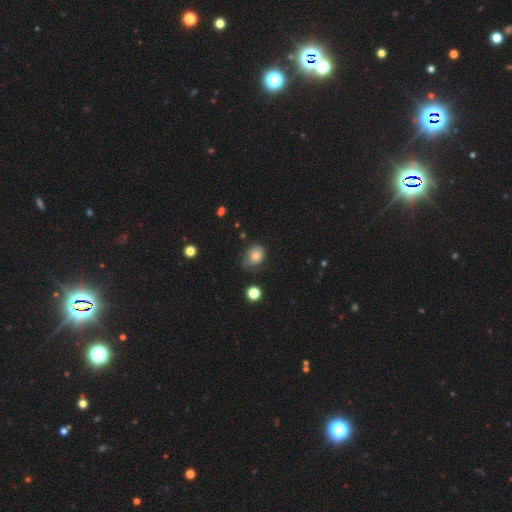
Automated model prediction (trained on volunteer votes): A smooth galaxy with no disk features (73%) that is in between round and cigar-shaped (56%).

Vote fractions:
- Smooth or featured? smooth: 73% / featured or disk: 17% / star or artifact: 10%
- How rounded? in between: 56% / round: 43% / cigar-shaped: 1%
- Merging? none: 50% / minor disturbance: 36% / major disturbance: 12% / merger: 2%